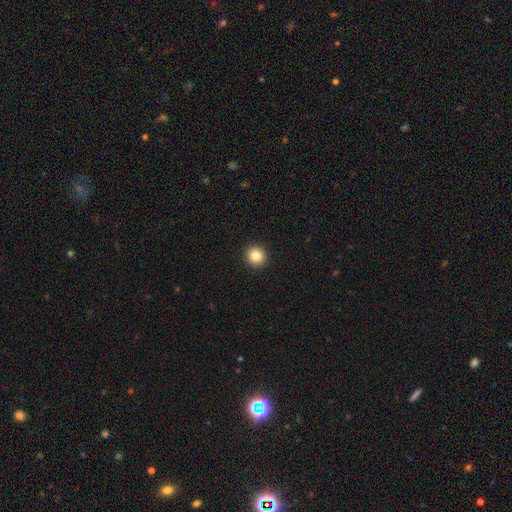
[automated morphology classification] A smooth galaxy with no disk features (84%) that is round (93%). Merging: none (94%).